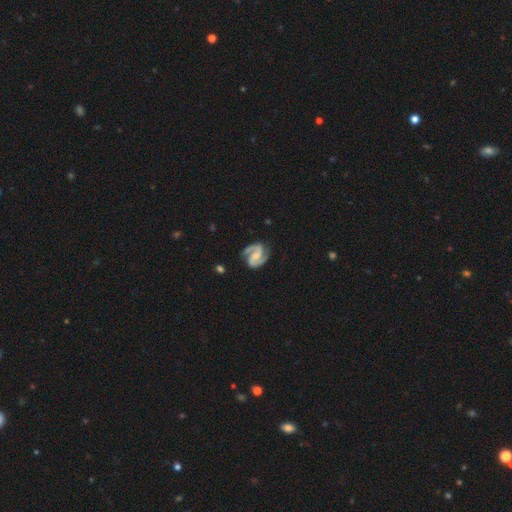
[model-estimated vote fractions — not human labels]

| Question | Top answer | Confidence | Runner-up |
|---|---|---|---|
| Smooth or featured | featured or disk | 92% | smooth (4%) |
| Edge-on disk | no | 98% | yes (2%) |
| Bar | weak | 44% | no (33%) |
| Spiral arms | yes | 98% | no (2%) |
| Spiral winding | medium | 60% | tight (25%) |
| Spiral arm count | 2 | 92% | 3 (3%) |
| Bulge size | small | 46% | moderate (36%) |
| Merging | none | 78% | minor disturbance (15%) |